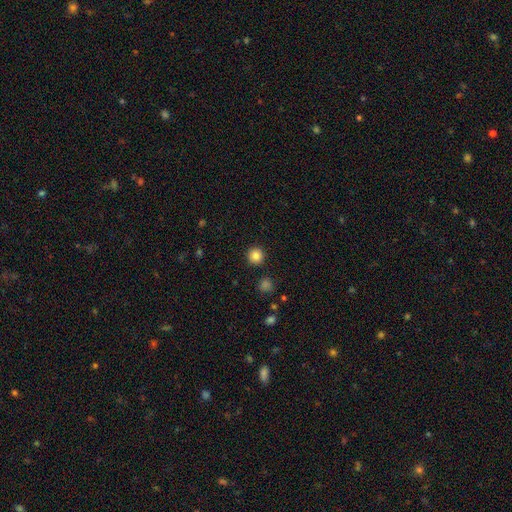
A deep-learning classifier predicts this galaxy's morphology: A smooth galaxy with no disk features (84%) that is round (96%). Merging: none (92%).